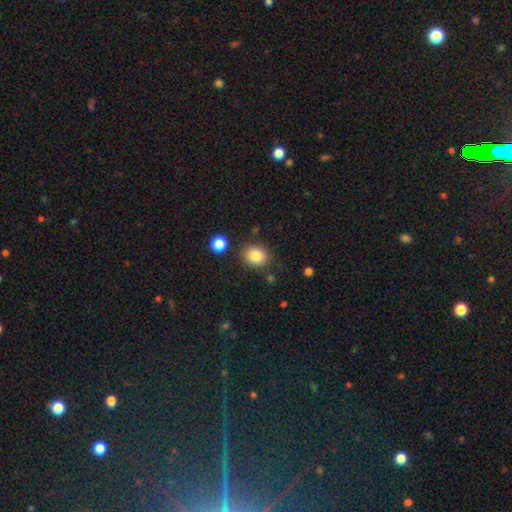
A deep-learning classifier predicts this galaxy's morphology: Smooth or featured?
  - smooth: 84% *
  - star or artifact: 10%
  - featured or disk: 6%
How rounded?
  - round: 61% *
  - in between: 38%
  - cigar-shaped: 1%
Merging?
  - none: 83% *
  - minor disturbance: 10%
  - merger: 4%
  - major disturbance: 3%